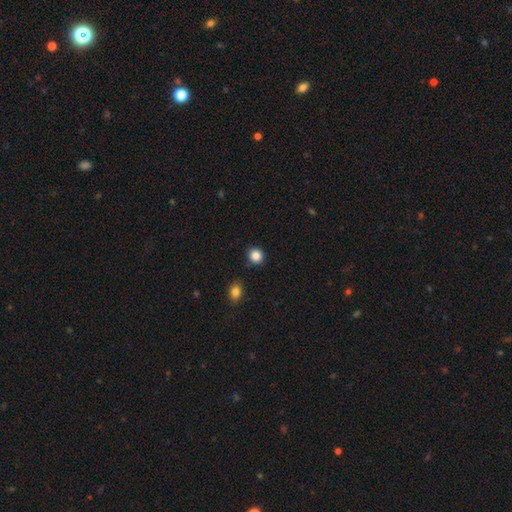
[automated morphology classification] smooth_or_featured: smooth (p=0.86) [alt: star or artifact p=0.10]
how_rounded: round (p=0.83) [alt: in between p=0.16]
merging: none (p=0.88) [alt: minor disturbance p=0.07]